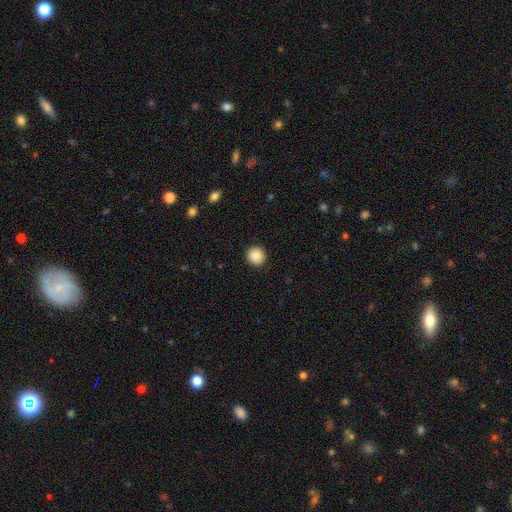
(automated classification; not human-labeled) smooth-or-featured: smooth: 89% | star or artifact: 9% | featured or disk: 3%
  how-rounded: round: 94% | in between: 5% | cigar-shaped: 1%
  merging: none: 92% | minor disturbance: 5% | major disturbance: 2% | merger: 1%